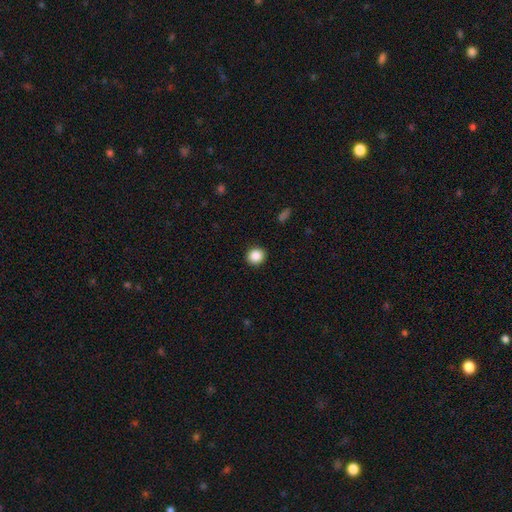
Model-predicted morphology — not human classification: Q: Smooth or featured?
A: smooth (87%); runner-up: star or artifact (9%)
Q: How rounded?
A: round (87%); runner-up: in between (12%)
Q: Merging?
A: none (92%); runner-up: minor disturbance (5%)